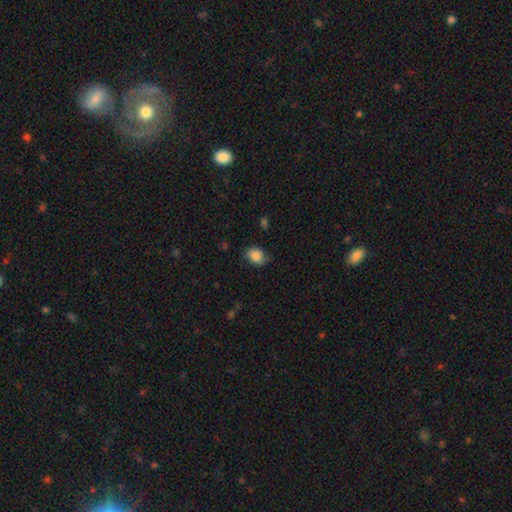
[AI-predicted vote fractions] Smooth or featured?
  - smooth: 75% *
  - featured or disk: 16%
  - star or artifact: 8%
How rounded?
  - in between: 59% *
  - round: 40%
  - cigar-shaped: 1%
Merging?
  - none: 65% *
  - minor disturbance: 26%
  - major disturbance: 7%
  - merger: 1%